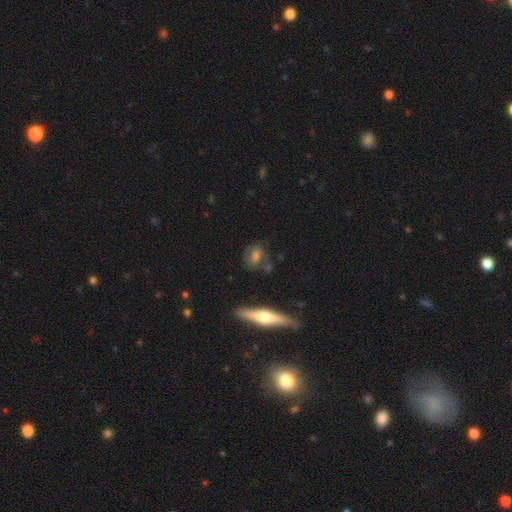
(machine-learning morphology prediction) type=featured or disk (59%); edge-on=no (81%); merging=none (68%).